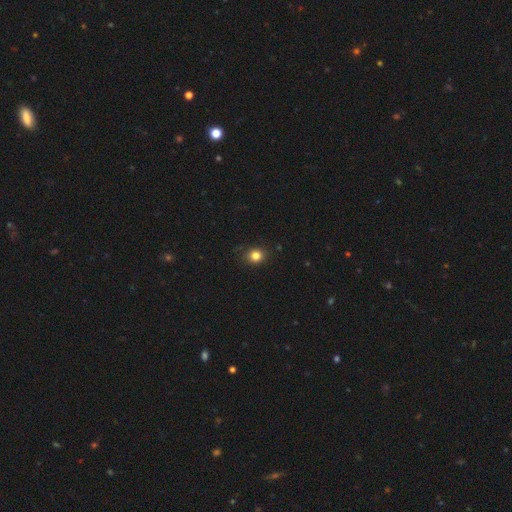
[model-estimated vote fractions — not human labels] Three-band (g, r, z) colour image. It shows a smooth galaxy with no disk features (83%) that is round (76%). Merging: none (87%).